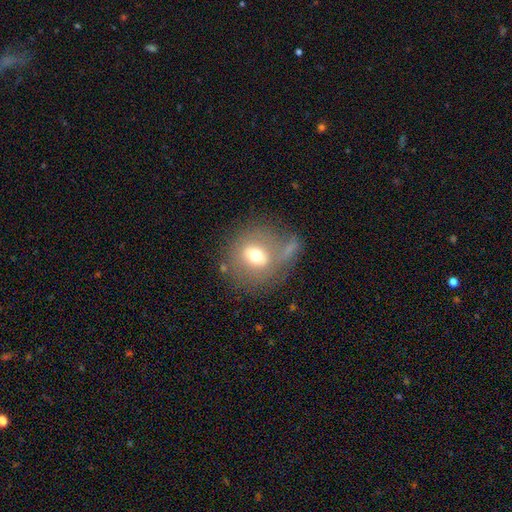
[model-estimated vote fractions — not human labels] A smooth galaxy with no disk features (57%) that is round (81%).

Vote fractions:
- Smooth or featured? smooth: 57% / featured or disk: 33% / star or artifact: 11%
- How rounded? round: 81% / in between: 18% / cigar-shaped: 1%
- Merging? none: 53% / minor disturbance: 17% / merger: 15% / major disturbance: 14%